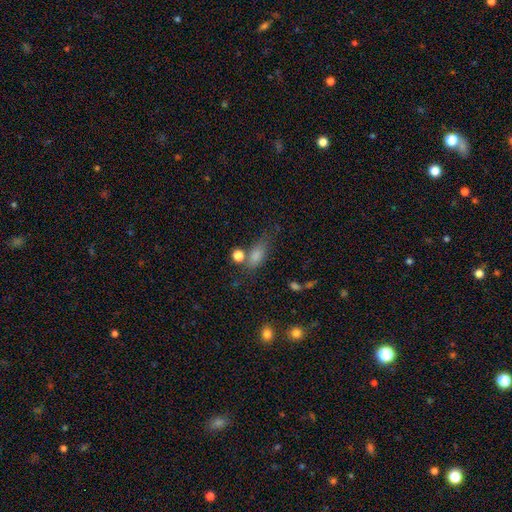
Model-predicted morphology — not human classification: This is likely a smooth galaxy (78%). How rounded: likely in between (75%). Merging: possibly none (53%).